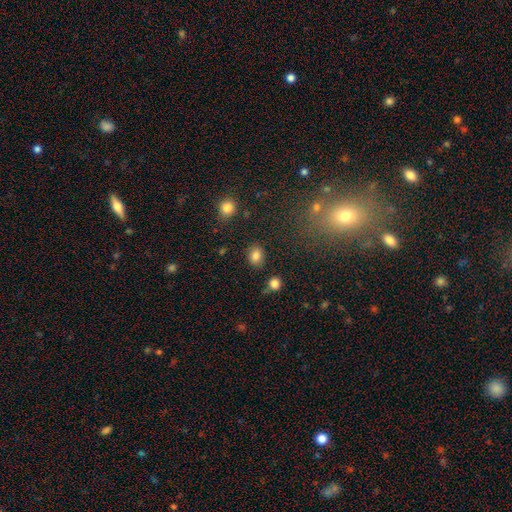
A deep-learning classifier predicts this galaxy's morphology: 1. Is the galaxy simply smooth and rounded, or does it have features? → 84% smooth, 10% star or artifact, 5% featured or disk.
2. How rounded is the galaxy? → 50% round, 49% in between, 1% cigar-shaped.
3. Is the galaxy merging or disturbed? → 84% none, 10% minor disturbance, 4% merger, 3% major disturbance.